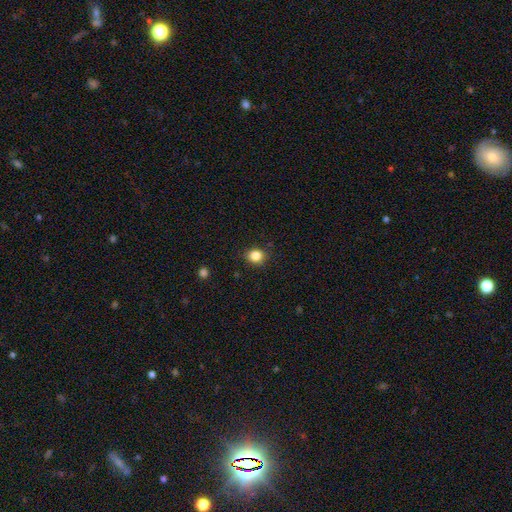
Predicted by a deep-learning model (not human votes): Smooth or featured: smooth — 84% (star or artifact — 11%)
How rounded: round — 73% (in between — 26%)
Merging: none — 88% (minor disturbance — 9%)